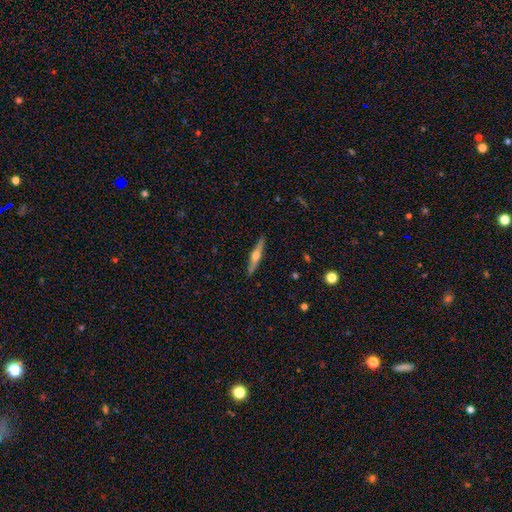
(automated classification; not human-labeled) Smooth or featured: featured or disk — 65% (smooth — 30%)
Edge-on disk: yes — 97% (no — 3%)
Edge-on bulge: rounded — 92% (none — 4%)
Merging: none — 90% (minor disturbance — 7%)